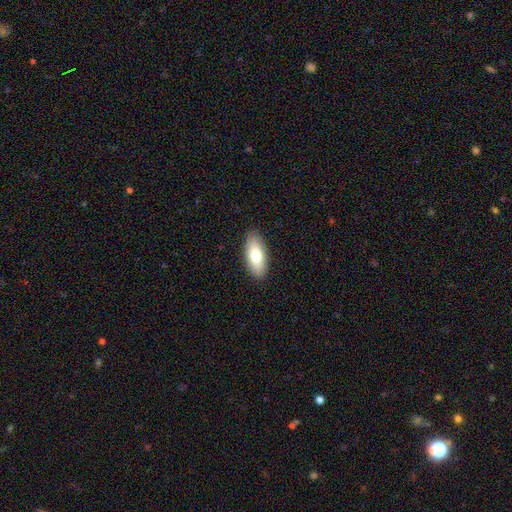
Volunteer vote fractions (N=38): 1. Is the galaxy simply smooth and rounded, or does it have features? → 79% smooth, 18% featured or disk, 3% star or artifact.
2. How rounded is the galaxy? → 77% in between, 23% cigar-shaped, 0% round.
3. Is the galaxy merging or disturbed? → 84% none, 8% minor disturbance, 8% major disturbance, 0% merger.